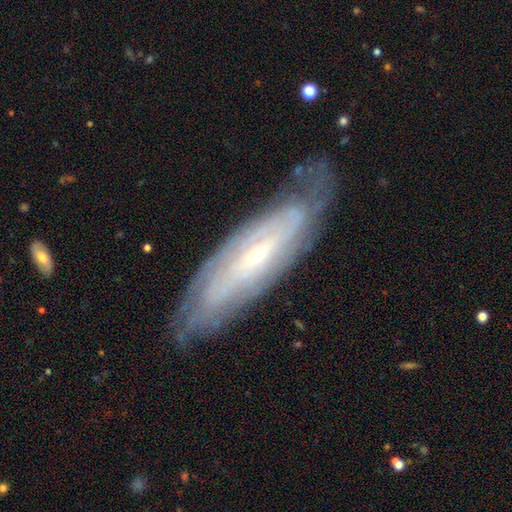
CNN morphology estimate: This is likely a featured or disk galaxy (80%). It is likely not viewed edge-on (76%). Bar: possibly no (48%). Spiral arm pattern: clearly yes (89%). Spiral arm count: possibly can't tell (58%). Spiral winding: likely tight (71%). Central bulge: likely small (75%). Merging: likely none (74%).